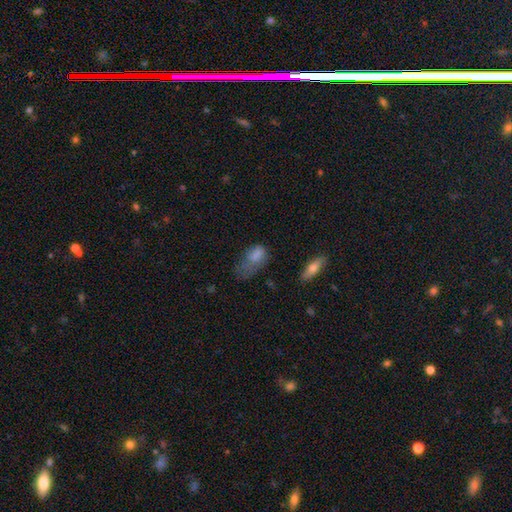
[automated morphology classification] A smooth galaxy with no disk features (74%) that is in between round and cigar-shaped (88%).

Vote fractions:
- Smooth or featured? smooth: 74% / featured or disk: 16% / star or artifact: 10%
- How rounded? in between: 88% / round: 8% / cigar-shaped: 5%
- Merging? major disturbance: 40% / minor disturbance: 32% / none: 23% / merger: 4%